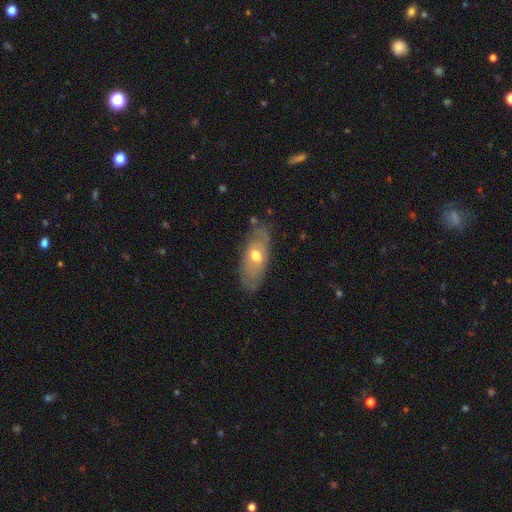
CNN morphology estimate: Overall: smooth (49%; featured or disk 44%). Merging: none (75%).